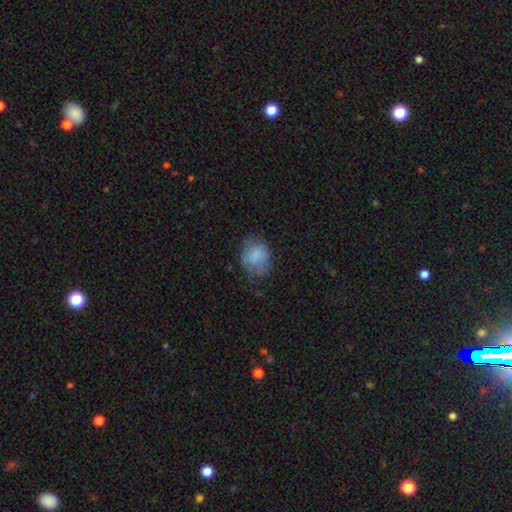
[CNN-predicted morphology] The model was most divided on "how rounded": in between: 50%, round: 49%, cigar-shaped: 1%. More confident: smooth or featured — smooth (78%); merging — none (54%).